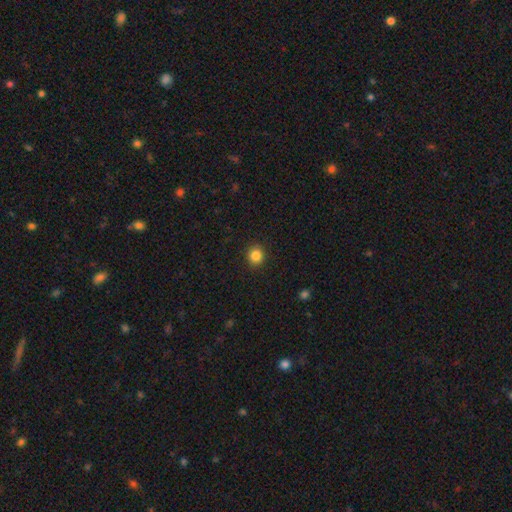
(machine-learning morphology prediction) smooth 85%, star or artifact 11%, featured or disk 4%. Down the decision tree: how rounded — round (84%); merging — none (91%).